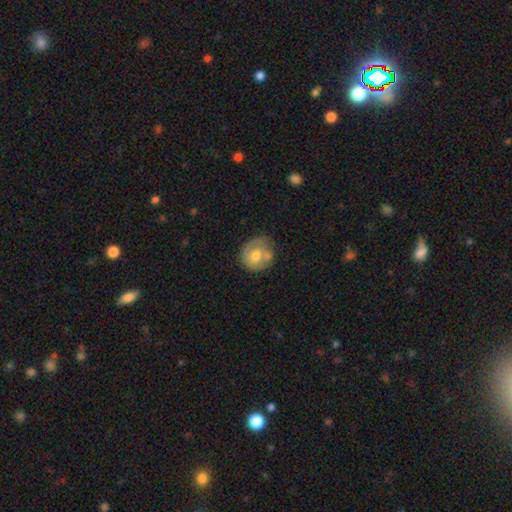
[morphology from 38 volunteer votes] smooth_or_featured: smooth (p=0.47) [alt: featured or disk p=0.45]
how_rounded: round (p=0.72) [alt: in between p=0.28]
merging: major disturbance (p=0.29) [alt: minor disturbance p=0.26]